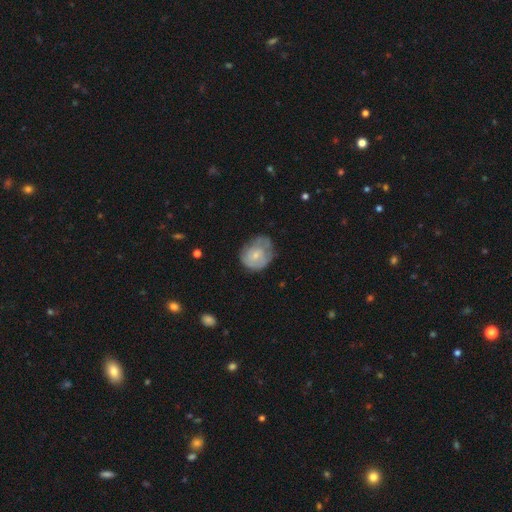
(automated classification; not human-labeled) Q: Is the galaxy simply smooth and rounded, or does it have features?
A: featured or disk — 49%.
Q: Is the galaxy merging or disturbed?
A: none — 49%.